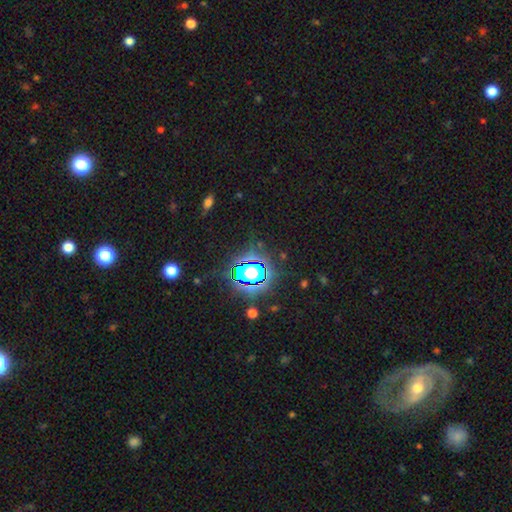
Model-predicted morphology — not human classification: Q: Smooth or featured?
A: star or artifact (72%); runner-up: featured or disk (14%)